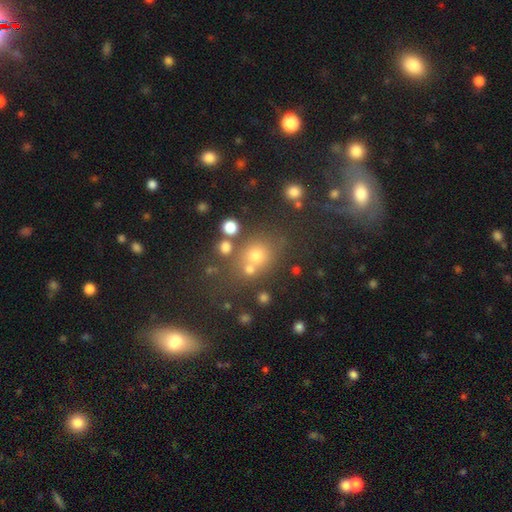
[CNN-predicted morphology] A smooth galaxy with no disk features (57%) that is round (70%). Merging: none (59%).